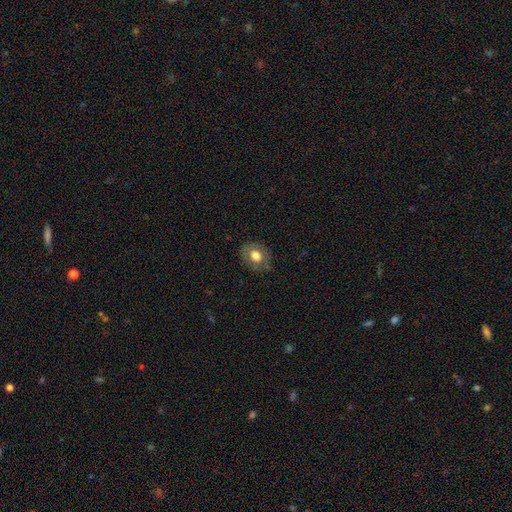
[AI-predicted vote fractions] This appears to be a smooth galaxy with no disk features (67%) that is round (64%). Merging: none (80%).